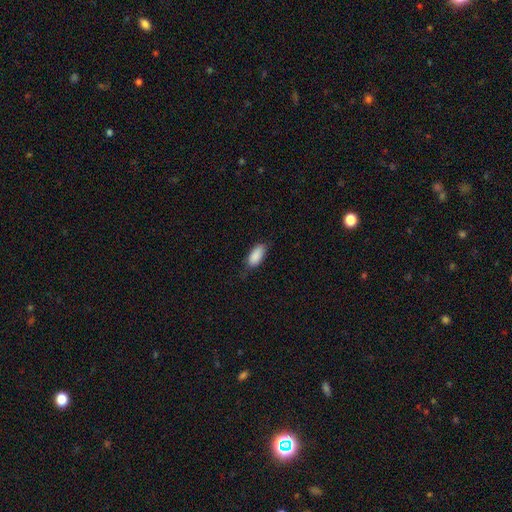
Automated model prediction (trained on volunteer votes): Smooth or featured: smooth — 88% (star or artifact — 6%)
How rounded: in between — 90% (cigar-shaped — 8%)
Merging: none — 66% (minor disturbance — 26%)